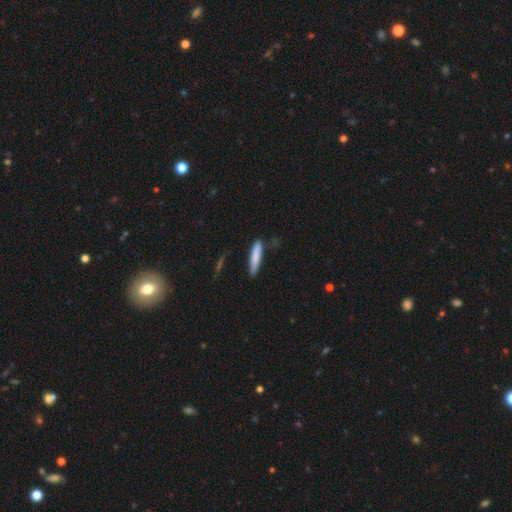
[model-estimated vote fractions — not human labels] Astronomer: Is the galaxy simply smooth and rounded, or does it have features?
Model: smooth — 80%.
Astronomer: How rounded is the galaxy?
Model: cigar-shaped — 87%.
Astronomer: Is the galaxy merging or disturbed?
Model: none — 80%.